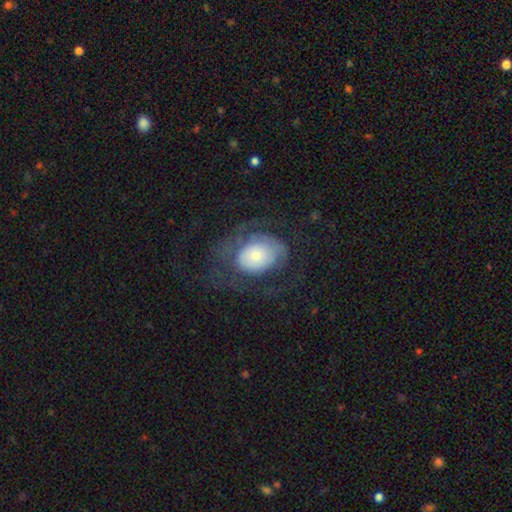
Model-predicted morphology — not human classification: A featured or disk galaxy (50%).

Vote fractions:
- Smooth or featured? featured or disk: 50% / smooth: 43% / star or artifact: 8%
- Merging? none: 45% / major disturbance: 35% / minor disturbance: 19% / merger: 2%